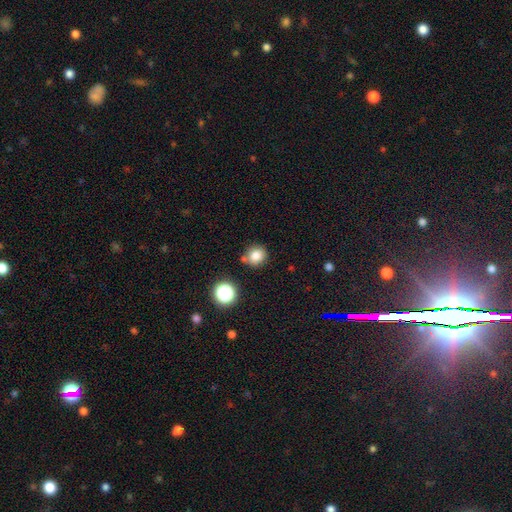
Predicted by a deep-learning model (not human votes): Smooth or featured? Predicted: smooth (p=0.80). How rounded? Predicted: round (p=0.86). Merging? Predicted: none (p=0.74).